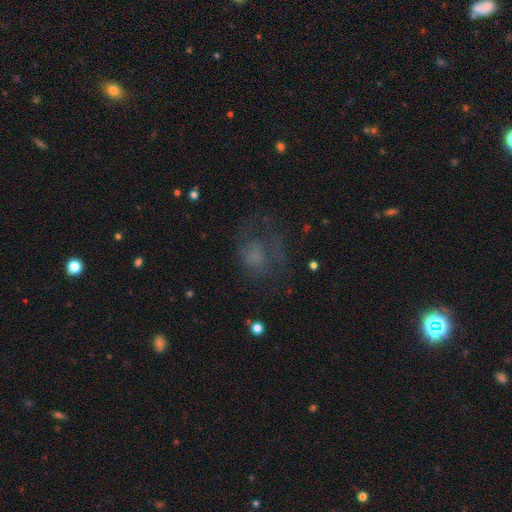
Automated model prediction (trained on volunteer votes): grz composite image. It shows a smooth galaxy with no disk features (45%). Merging: major disturbance (39%, tied with none).